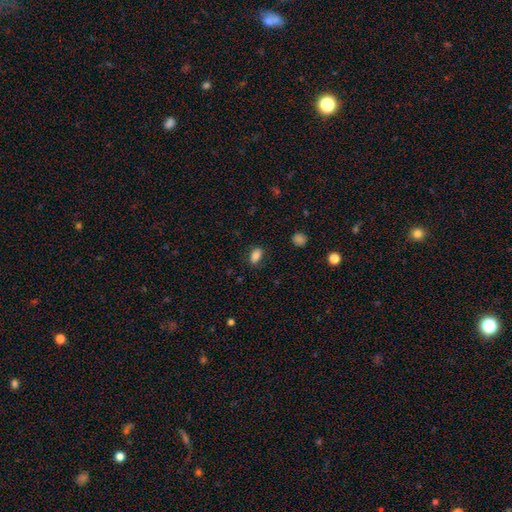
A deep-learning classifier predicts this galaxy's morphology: Smooth or featured? smooth (84%)
How rounded? in between (88%)
Merging? none (81%)